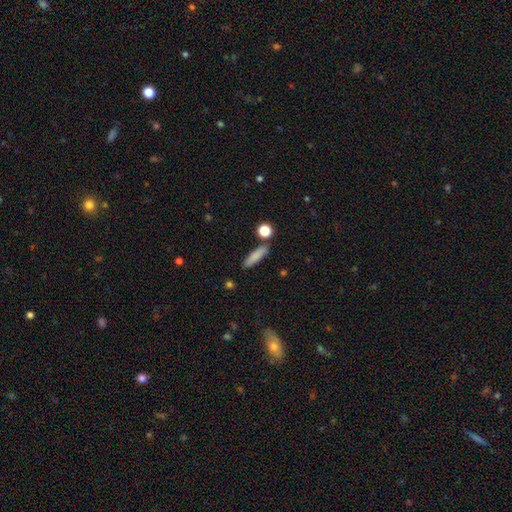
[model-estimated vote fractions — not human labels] smooth 83%, featured or disk 9%, star or artifact 7%. Down the decision tree: how rounded — cigar-shaped (69%); merging — none (82%).